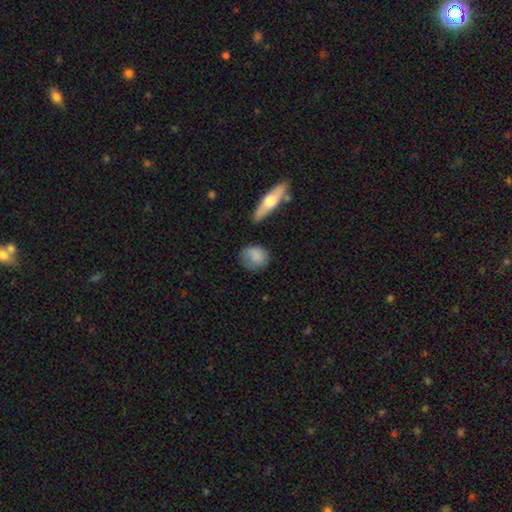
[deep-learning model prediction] A smooth galaxy with no disk features (82%) that is round (73%). Merging: none (67%).